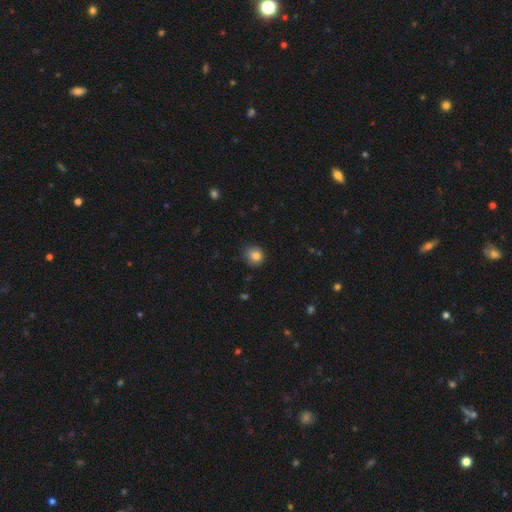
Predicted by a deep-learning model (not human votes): smooth_or_featured: smooth (p=0.83) [alt: star or artifact p=0.11]
how_rounded: round (p=0.80) [alt: in between p=0.19]
merging: none (p=0.78) [alt: minor disturbance p=0.17]